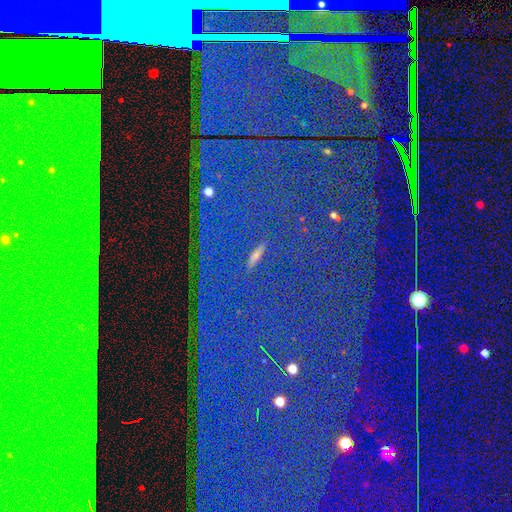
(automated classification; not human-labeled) A star or artifact, not a galaxy (56%).